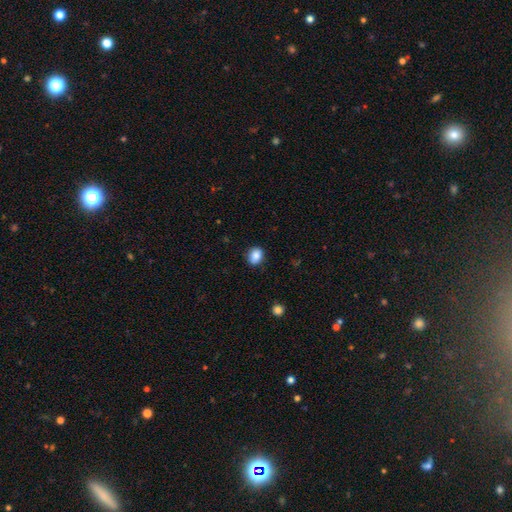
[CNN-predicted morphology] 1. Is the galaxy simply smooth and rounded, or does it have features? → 87% smooth, 9% star or artifact, 4% featured or disk.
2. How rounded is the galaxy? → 53% round, 46% in between, 1% cigar-shaped.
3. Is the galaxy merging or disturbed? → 86% none, 11% minor disturbance, 2% major disturbance, 1% merger.